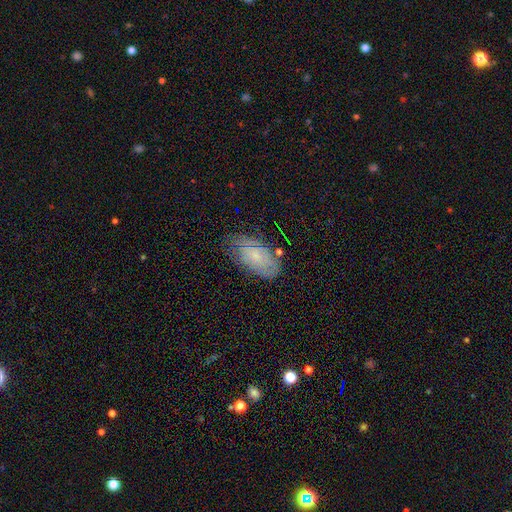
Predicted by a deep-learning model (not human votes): A featured or disk galaxy (52%). Merging: none (68%).